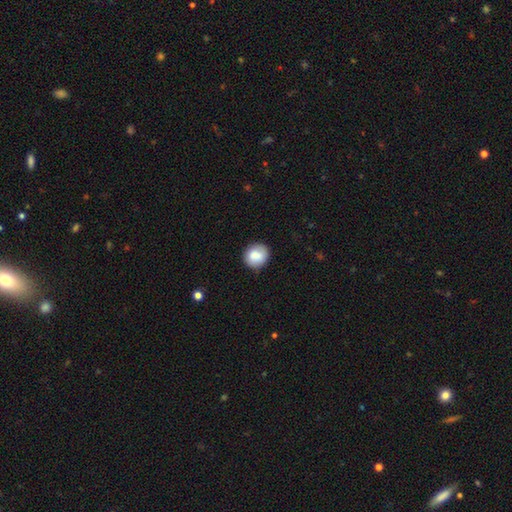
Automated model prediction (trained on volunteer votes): Smooth or featured: smooth — 84% (featured or disk — 9%)
How rounded: round — 83% (in between — 16%)
Merging: none — 84% (minor disturbance — 12%)